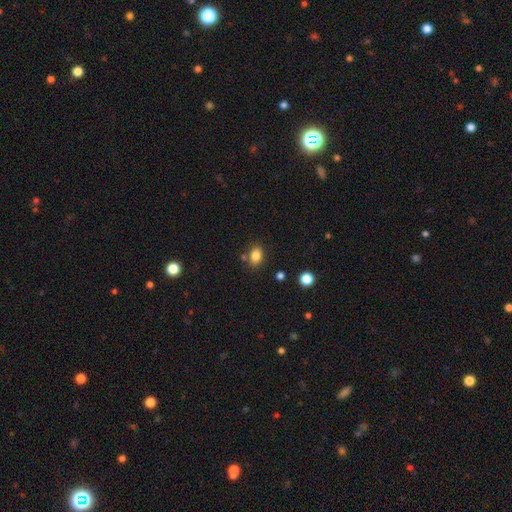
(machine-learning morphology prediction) This appears to be a smooth galaxy with no disk features (83%) that is in between round and cigar-shaped (73%). Merging: none (77%).